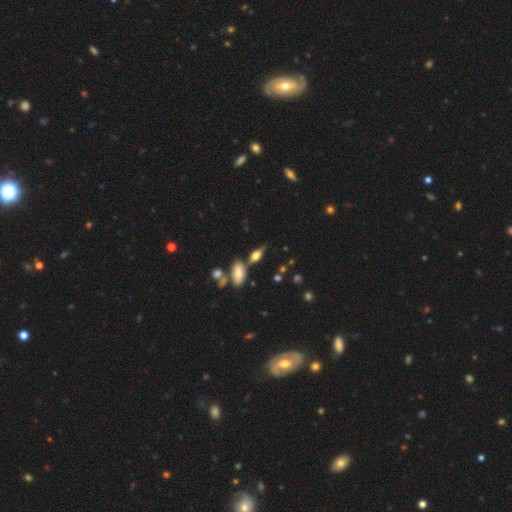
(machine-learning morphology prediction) A smooth galaxy with no disk features (57%) that is in between round and cigar-shaped (70%). Merging: none (61%).